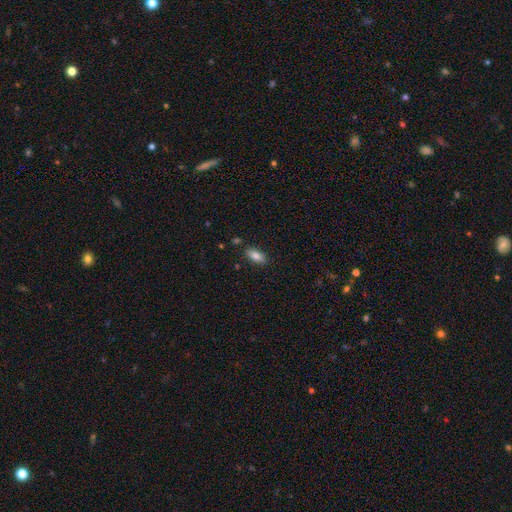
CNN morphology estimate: Smooth or featured?
  - smooth: 84% *
  - featured or disk: 9%
  - star or artifact: 8%
How rounded?
  - in between: 88% *
  - cigar-shaped: 10%
  - round: 3%
Merging?
  - none: 85% *
  - minor disturbance: 10%
  - merger: 3%
  - major disturbance: 2%